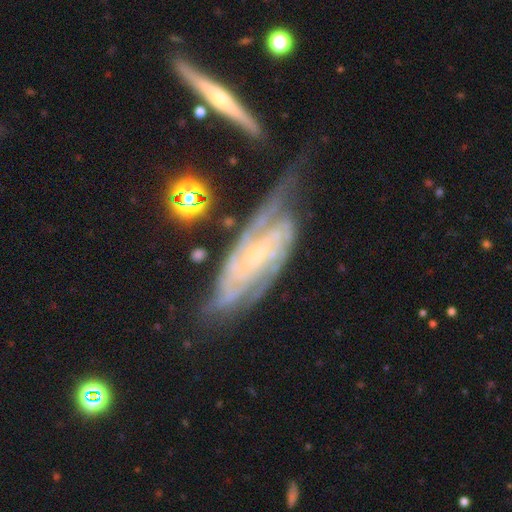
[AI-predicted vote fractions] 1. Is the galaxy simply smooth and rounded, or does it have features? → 87% featured or disk, 6% smooth, 6% star or artifact.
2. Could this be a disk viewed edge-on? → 90% no, 10% yes.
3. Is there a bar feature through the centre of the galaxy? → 41% weak, 38% no, 21% strong.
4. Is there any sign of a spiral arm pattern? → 97% yes, 3% no.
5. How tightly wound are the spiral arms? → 61% tight, 32% medium, 7% loose.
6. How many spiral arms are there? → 30% 2, 27% can't tell, 22% 3, 11% 4, 5% more than 4, 5% 1.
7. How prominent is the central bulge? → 71% small, 19% moderate, 8% none, 2% large, 1% dominant.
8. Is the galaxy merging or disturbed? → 55% none, 25% minor disturbance, 15% major disturbance, 6% merger.